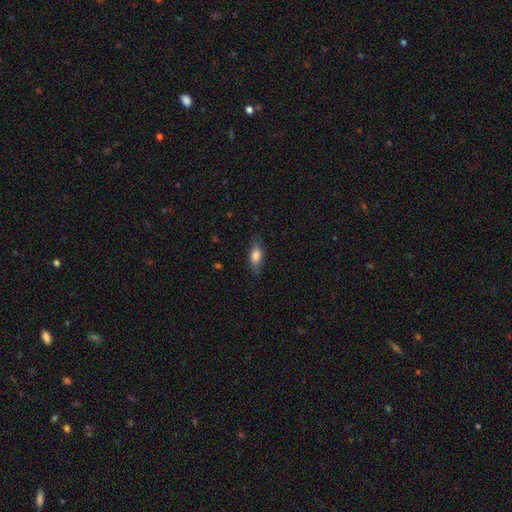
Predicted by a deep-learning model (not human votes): Morphology: type=smooth (77%); roundness=in between (77%); merging=none (79%).